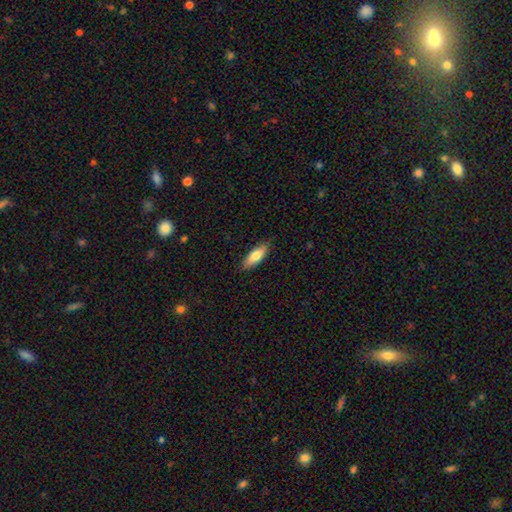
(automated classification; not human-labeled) smooth 76%, featured or disk 18%, star or artifact 6%. Down the decision tree: how rounded — in between (67%); merging — none (86%).